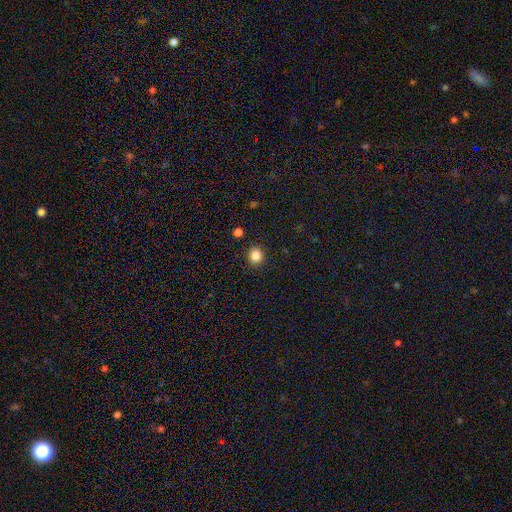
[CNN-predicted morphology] The model was most divided on "how rounded": round: 82%, in between: 17%, cigar-shaped: 1%. More confident: merging — none (89%); smooth or featured — smooth (85%).